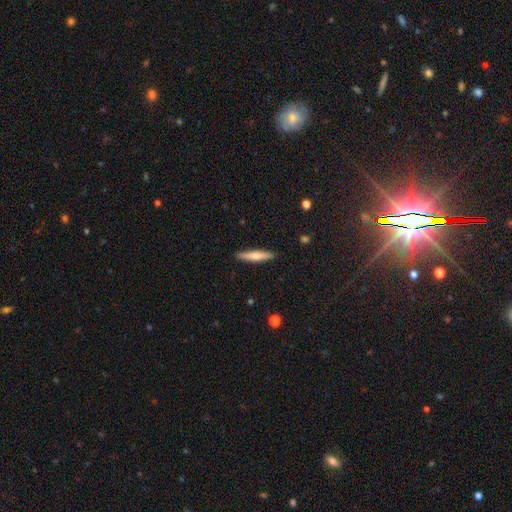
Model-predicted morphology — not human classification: This appears to be a smooth galaxy with no disk features (60%) that is cigar-shaped (89%). Merging: none (91%).